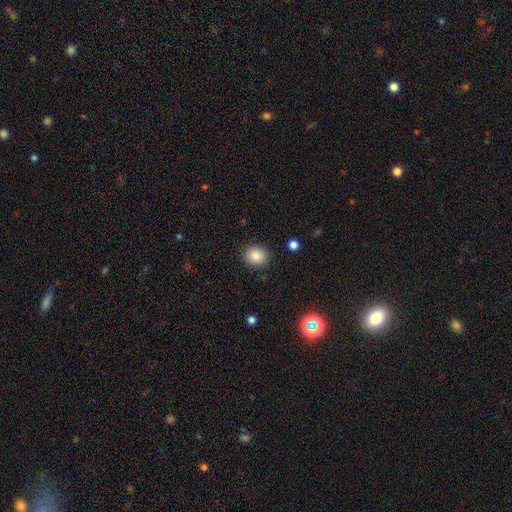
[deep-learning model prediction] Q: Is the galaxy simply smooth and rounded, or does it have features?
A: smooth — 84%.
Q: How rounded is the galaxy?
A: round — 68%.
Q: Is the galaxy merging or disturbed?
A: none — 89%.